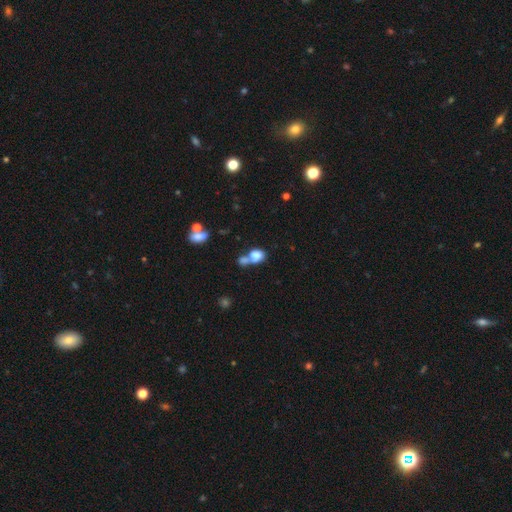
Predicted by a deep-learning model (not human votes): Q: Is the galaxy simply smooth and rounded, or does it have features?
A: smooth — 75%.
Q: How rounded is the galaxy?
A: in between — 62%.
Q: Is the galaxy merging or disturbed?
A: merger — 64%.